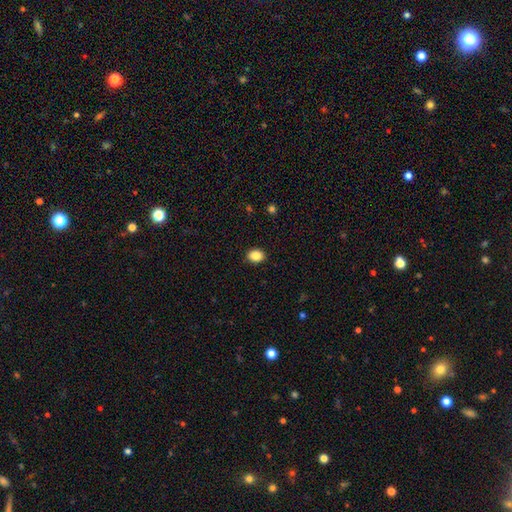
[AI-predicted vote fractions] smooth 87%, star or artifact 9%, featured or disk 4%. Down the decision tree: how rounded — in between (56%); merging — none (91%).